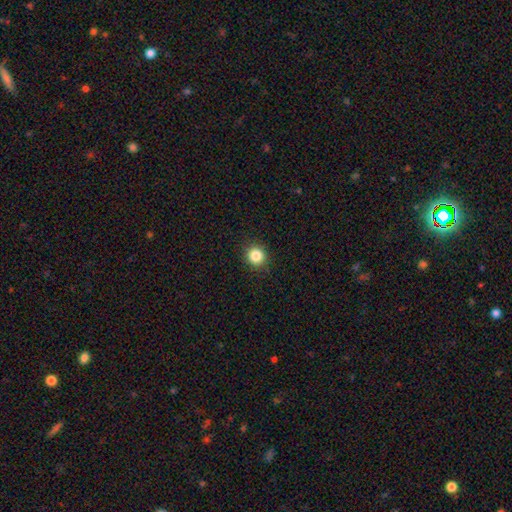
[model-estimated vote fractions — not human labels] smooth-or-featured: smooth: 85% | star or artifact: 11% | featured or disk: 4%
  how-rounded: round: 89% | in between: 11% | cigar-shaped: 1%
  merging: none: 92% | minor disturbance: 5% | major disturbance: 2% | merger: 1%